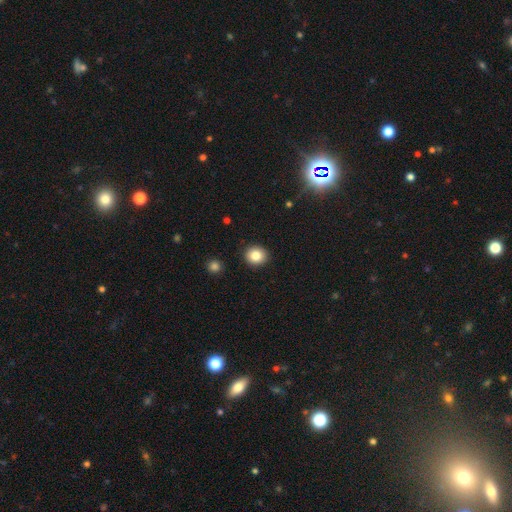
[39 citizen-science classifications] Volunteers were most divided on "smooth or featured": smooth: 79%, featured or disk: 10%, star or artifact: 10%. More confident: how rounded — round (97%); merging — none (94%).